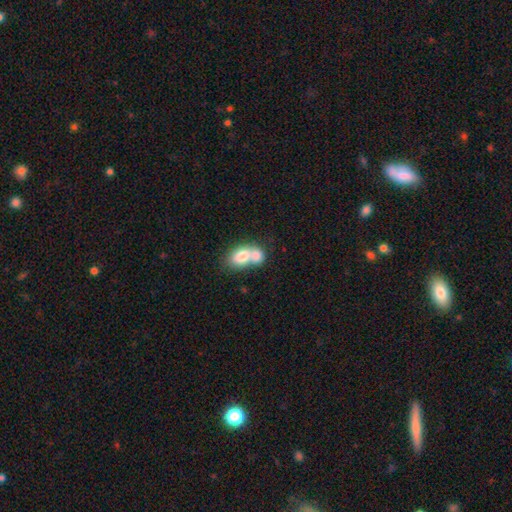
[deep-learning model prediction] This is likely a smooth galaxy (74%). How rounded: likely in between (76%). Merging: likely merger (71%).